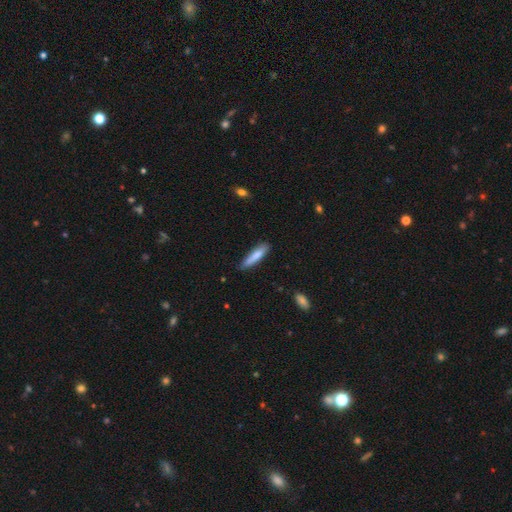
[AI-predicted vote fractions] Smooth or featured? smooth (78%)
How rounded? cigar-shaped (83%)
Merging? none (79%)